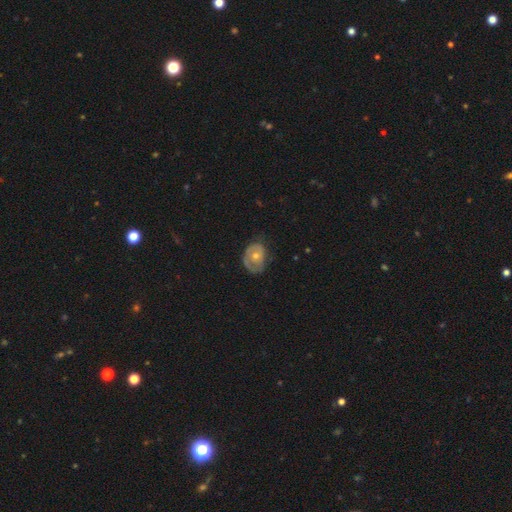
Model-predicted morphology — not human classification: smooth_or_featured: featured or disk (p=0.61) [alt: smooth p=0.32]
disk_edge_on: no (p=0.96) [alt: yes p=0.04]
bar: no (p=0.81) [alt: weak p=0.15]
has_spiral_arms: yes (p=0.59) [alt: no p=0.41]
bulge_size: moderate (p=0.59) [alt: small p=0.36]
merging: none (p=0.64) [alt: minor disturbance p=0.25]